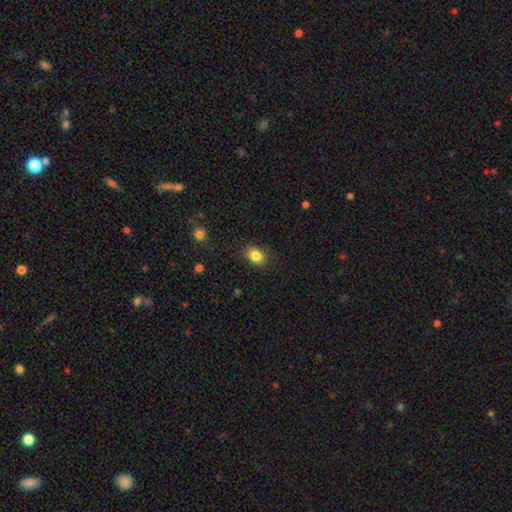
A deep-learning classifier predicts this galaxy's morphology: A smooth galaxy with no disk features (85%) that is in between round and cigar-shaped (65%).

Vote fractions:
- Smooth or featured? smooth: 85% / star or artifact: 10% / featured or disk: 5%
- How rounded? in between: 65% / round: 34% / cigar-shaped: 1%
- Merging? none: 83% / minor disturbance: 13% / major disturbance: 3% / merger: 1%